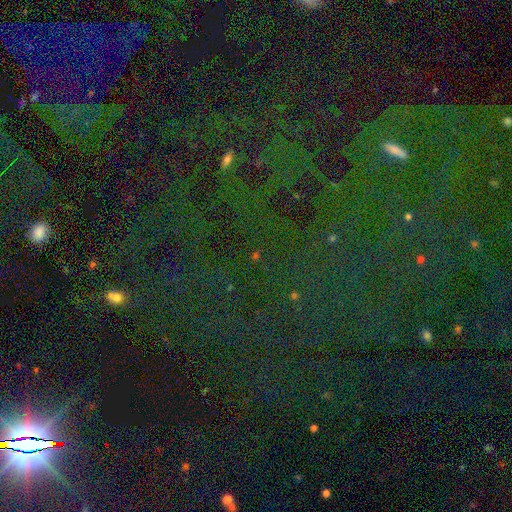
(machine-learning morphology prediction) Smooth or featured?
  - star or artifact: 74% *
  - smooth: 18%
  - featured or disk: 8%